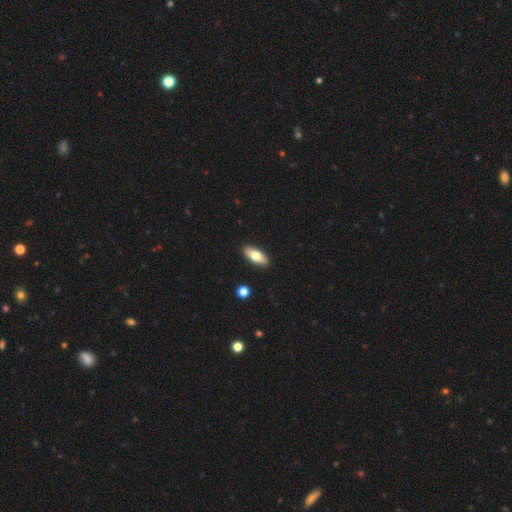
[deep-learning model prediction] Smooth or featured? Predicted: smooth (p=0.76). How rounded? Predicted: in between (p=0.86). Merging? Predicted: none (p=0.90).